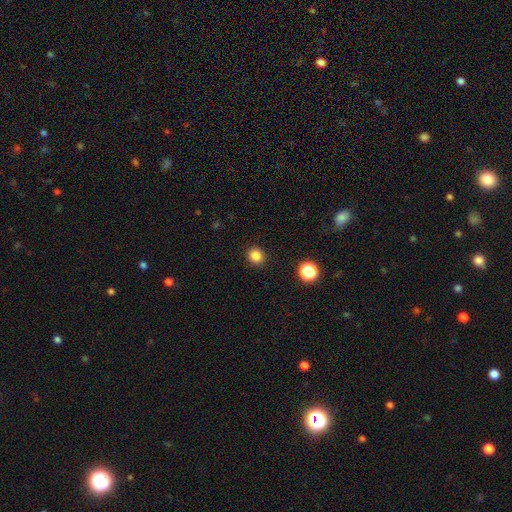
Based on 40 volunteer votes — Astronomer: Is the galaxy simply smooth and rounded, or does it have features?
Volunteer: smooth — 80%.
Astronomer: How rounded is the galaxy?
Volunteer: round — 75%.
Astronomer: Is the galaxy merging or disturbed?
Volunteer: none — 83%.